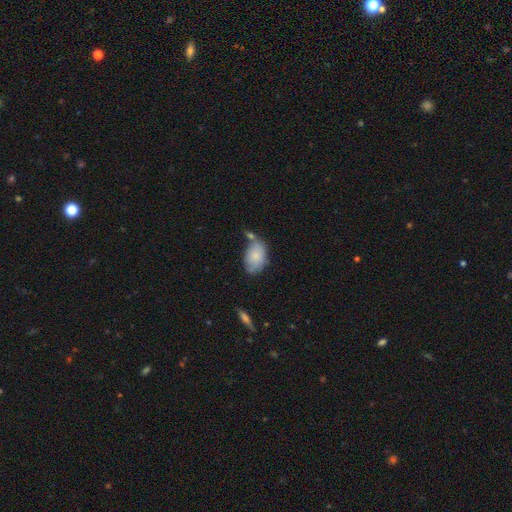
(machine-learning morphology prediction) Smooth or featured? Predicted: smooth (p=0.79). How rounded? Predicted: in between (p=0.89). Merging? Predicted: none (p=0.50).